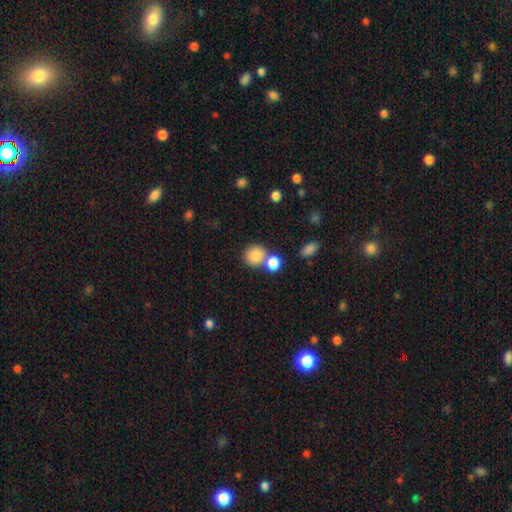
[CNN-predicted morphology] smooth_or_featured: smooth (p=0.84) [alt: star or artifact p=0.09]
how_rounded: round (p=0.83) [alt: in between p=0.16]
merging: none (p=0.59) [alt: merger p=0.29]